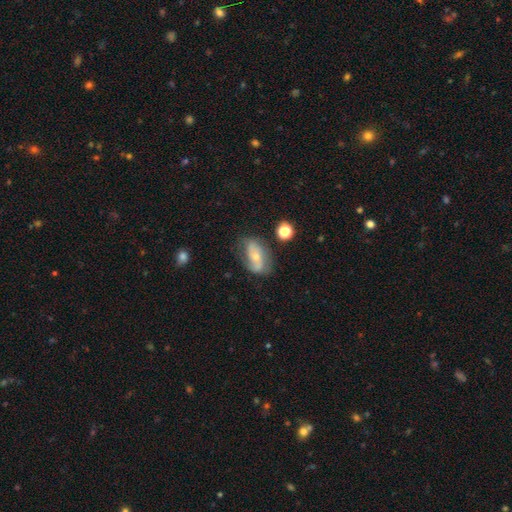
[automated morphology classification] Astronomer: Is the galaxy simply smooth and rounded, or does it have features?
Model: featured or disk — 59%.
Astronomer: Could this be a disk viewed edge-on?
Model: no — 91%.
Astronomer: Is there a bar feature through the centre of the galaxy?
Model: no — 55%.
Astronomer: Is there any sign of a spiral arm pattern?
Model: yes — 71%.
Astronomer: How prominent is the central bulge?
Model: small — 53% (runner-up: moderate, 43%).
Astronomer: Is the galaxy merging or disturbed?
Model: none — 64%.